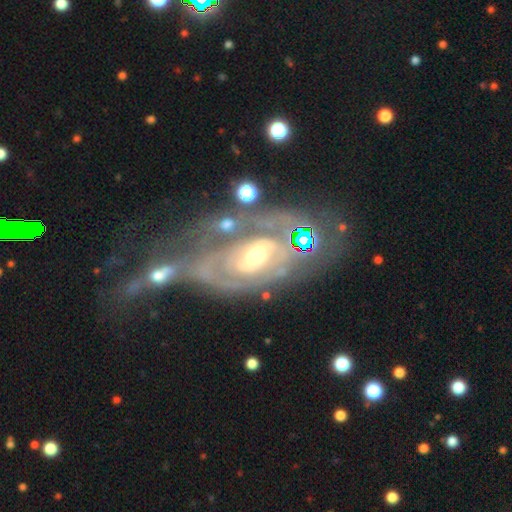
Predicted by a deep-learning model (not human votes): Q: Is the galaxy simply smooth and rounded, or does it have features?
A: featured or disk — 80%.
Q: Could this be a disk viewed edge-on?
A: no — 95%.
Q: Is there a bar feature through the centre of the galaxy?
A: no — 50%.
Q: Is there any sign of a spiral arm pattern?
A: yes — 70%.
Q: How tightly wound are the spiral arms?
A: tight — 57%.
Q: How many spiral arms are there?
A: can't tell — 45%.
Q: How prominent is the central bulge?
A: moderate — 63%.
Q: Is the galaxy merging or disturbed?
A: none — 31%.